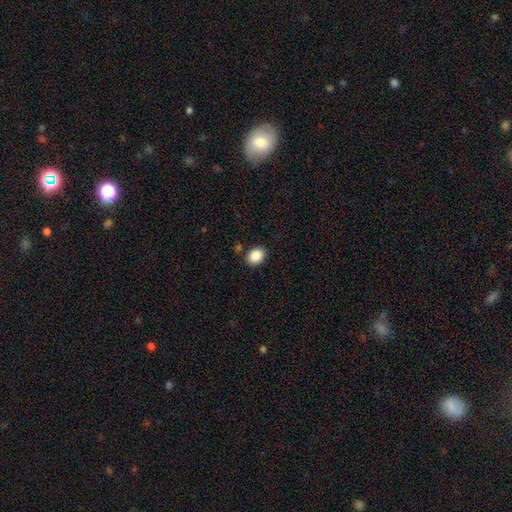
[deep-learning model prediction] A smooth galaxy with no disk features (89%) that is in between round and cigar-shaped (63%).

Vote fractions:
- Smooth or featured? smooth: 89% / star or artifact: 8% / featured or disk: 3%
- How rounded? in between: 63% / round: 36% / cigar-shaped: 1%
- Merging? none: 86% / minor disturbance: 9% / merger: 3% / major disturbance: 2%